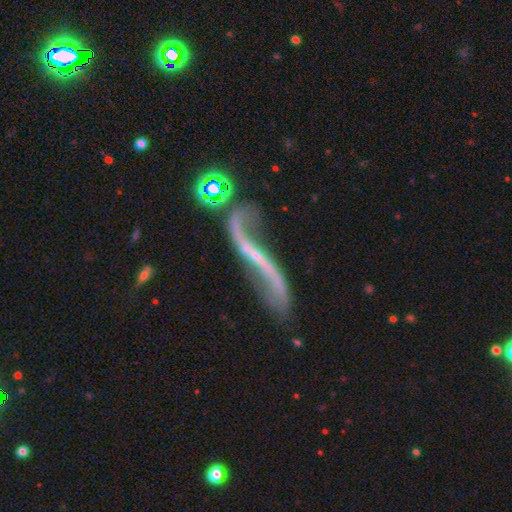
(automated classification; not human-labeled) This is clearly a featured or disk galaxy (86%). It is likely not viewed edge-on (80%). Bar: marginally strong (42%). Spiral arm pattern: clearly yes (90%). Spiral arm count: clearly 2 (89%). Spiral winding: clearly loose (92%). Central bulge: likely small (68%). Merging: possibly none (51%).